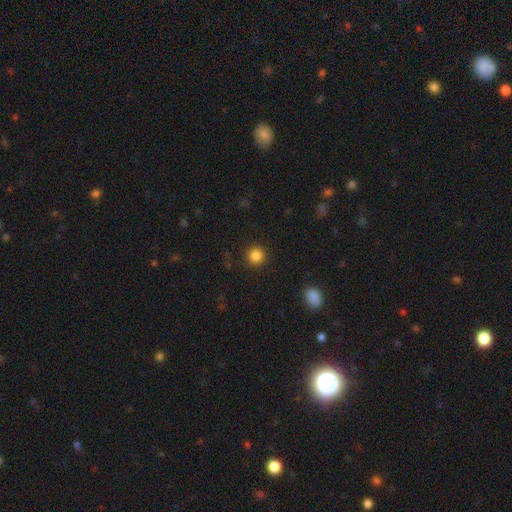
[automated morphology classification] type=smooth (85%); roundness=round (94%); merging=none (91%).